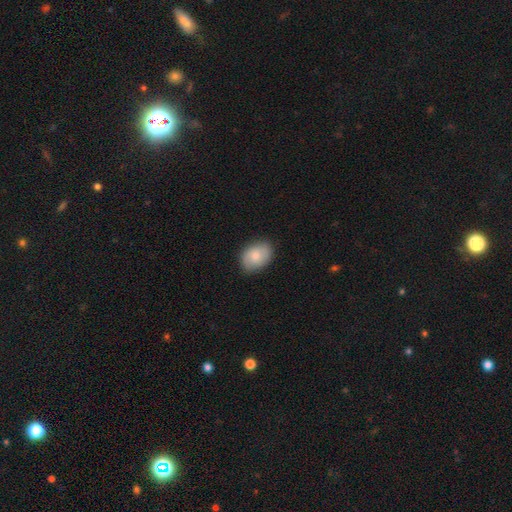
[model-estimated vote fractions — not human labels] Smooth or featured? smooth (74%)
How rounded? in between (76%)
Merging? none (83%)